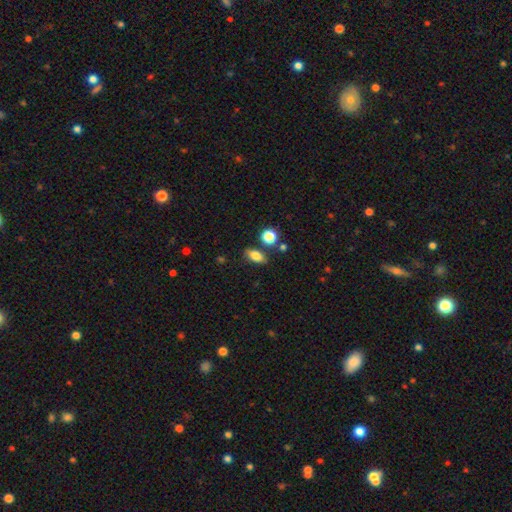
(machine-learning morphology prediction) This appears to be a smooth galaxy with no disk features (80%) that is in between round and cigar-shaped (81%). Merging: none (80%).